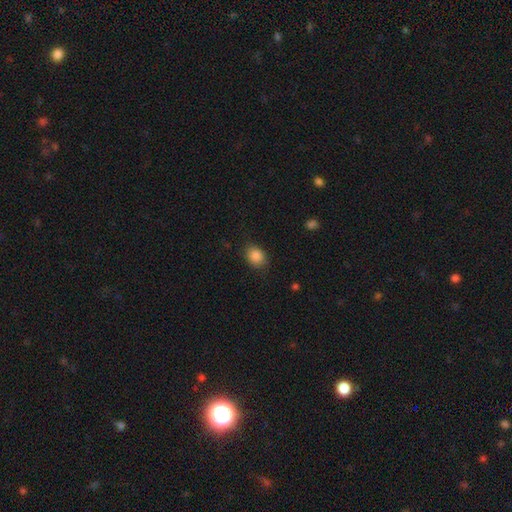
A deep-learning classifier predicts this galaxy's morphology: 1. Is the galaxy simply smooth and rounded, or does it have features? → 87% smooth, 9% star or artifact, 4% featured or disk.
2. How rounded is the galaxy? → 54% in between, 45% round, 1% cigar-shaped.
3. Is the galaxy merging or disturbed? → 81% none, 14% minor disturbance, 3% major disturbance, 1% merger.